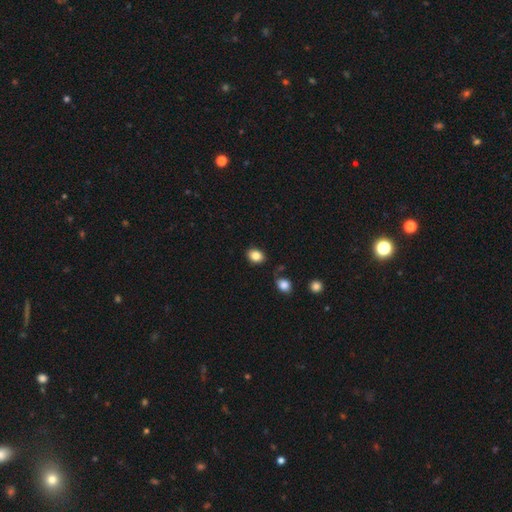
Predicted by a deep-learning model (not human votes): Smooth or featured? smooth (84%)
How rounded? in between (61%)
Merging? none (81%)